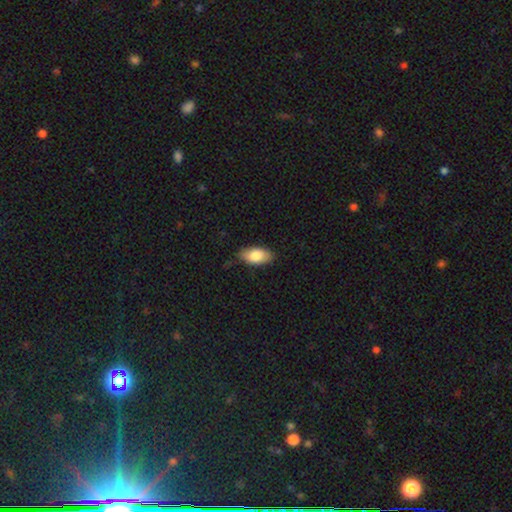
Smooth or featured?
  - smooth: 84% *
  - featured or disk: 13%
  - star or artifact: 3%
How rounded?
  - in between: 94% *
  - round: 3%
  - cigar-shaped: 3%
Merging?
  - none: 78% *
  - minor disturbance: 14%
  - major disturbance: 8%
  - merger: 0%